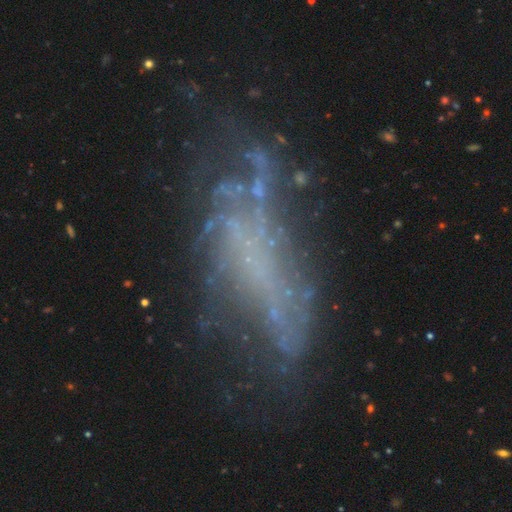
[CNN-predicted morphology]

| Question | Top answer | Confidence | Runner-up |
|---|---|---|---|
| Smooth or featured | featured or disk | 55% | smooth (24%) |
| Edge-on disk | no | 80% | yes (20%) |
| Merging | none | 44% | major disturbance (29%) |